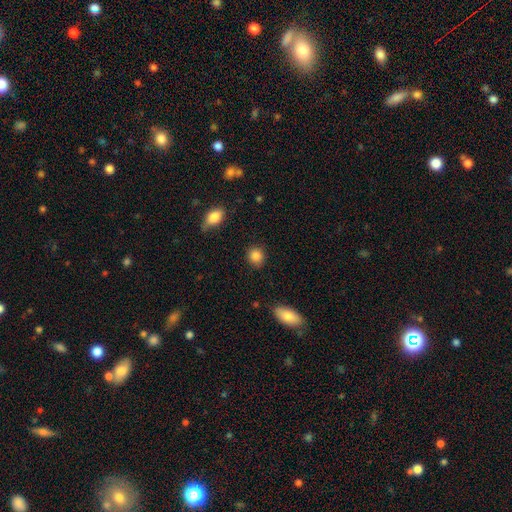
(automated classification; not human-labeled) smooth-or-featured: smooth: 87% | star or artifact: 9% | featured or disk: 4%
  how-rounded: round: 81% | in between: 18% | cigar-shaped: 1%
  merging: none: 87% | minor disturbance: 9% | major disturbance: 3% | merger: 2%